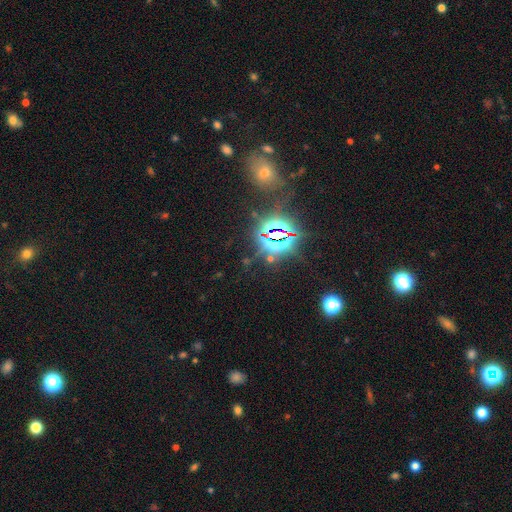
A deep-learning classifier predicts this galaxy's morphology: star or artifact 80%, smooth 12%, featured or disk 8%.